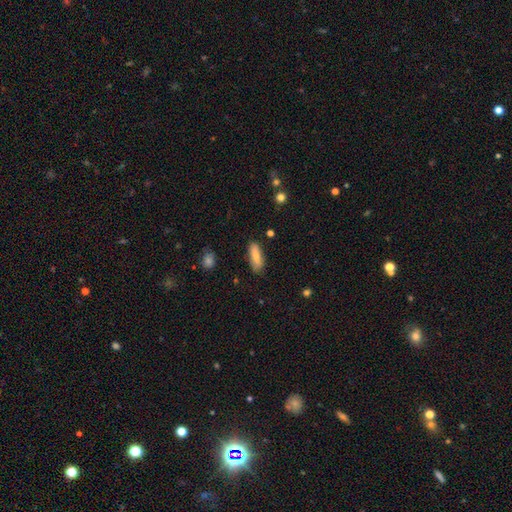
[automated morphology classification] Smooth or featured?
  - smooth: 82% *
  - featured or disk: 12%
  - star or artifact: 7%
How rounded?
  - in between: 58% *
  - cigar-shaped: 40%
  - round: 2%
Merging?
  - none: 77% *
  - minor disturbance: 17%
  - major disturbance: 4%
  - merger: 2%